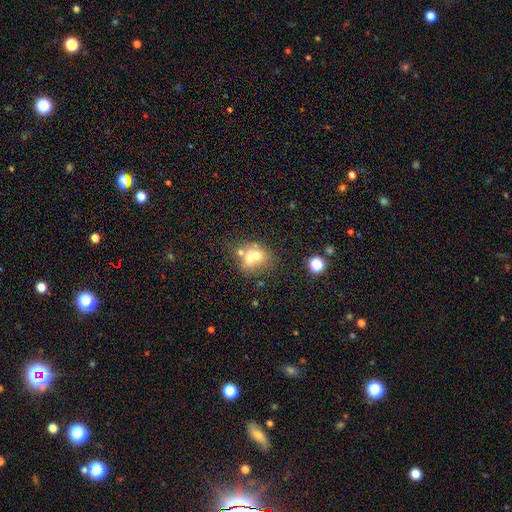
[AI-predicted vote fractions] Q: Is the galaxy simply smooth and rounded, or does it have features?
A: smooth — 57%.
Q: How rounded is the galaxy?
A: round — 67%.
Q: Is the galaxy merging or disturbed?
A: merger — 56%.